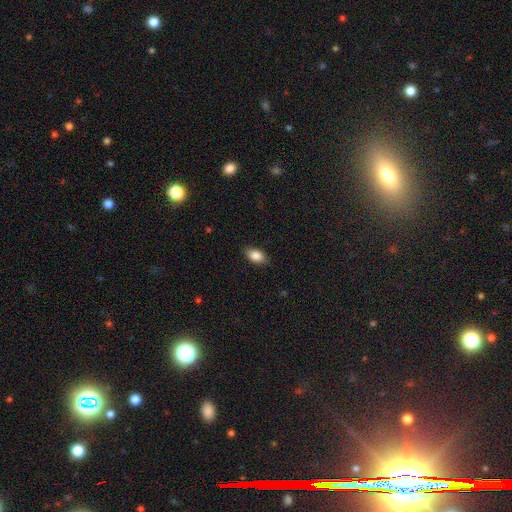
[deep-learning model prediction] A smooth galaxy with no disk features (85%) that is in between round and cigar-shaped (89%). Merging: none (85%).